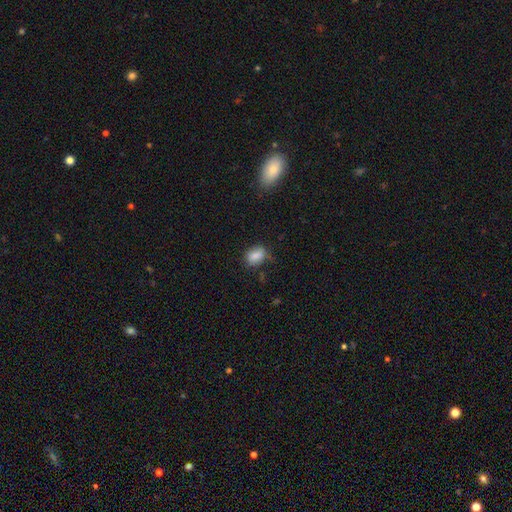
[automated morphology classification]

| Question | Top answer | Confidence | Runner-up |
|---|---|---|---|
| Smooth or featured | smooth | 82% | star or artifact (10%) |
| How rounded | in between | 71% | round (27%) |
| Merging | none | 61% | minor disturbance (28%) |